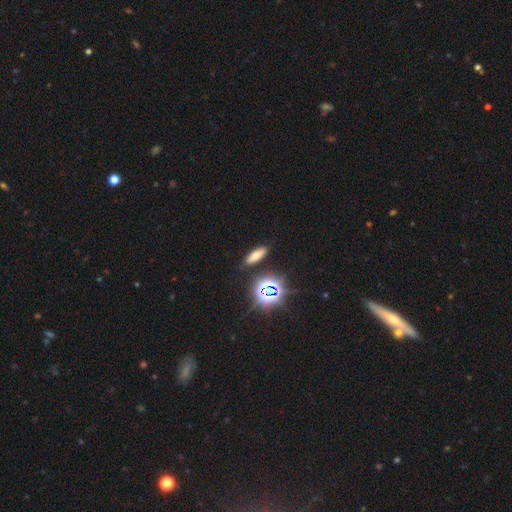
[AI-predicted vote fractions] Overall: smooth (60%; star or artifact 27%). How rounded: in between (52%; cigar-shaped 41%). Merging: none (87%).